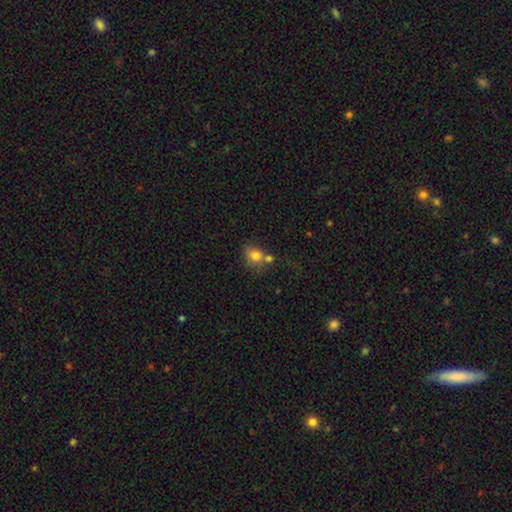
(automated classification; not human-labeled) Smooth or featured: smooth — 78% (featured or disk — 11%)
How rounded: round — 57% (in between — 42%)
Merging: none — 46% (merger — 32%)